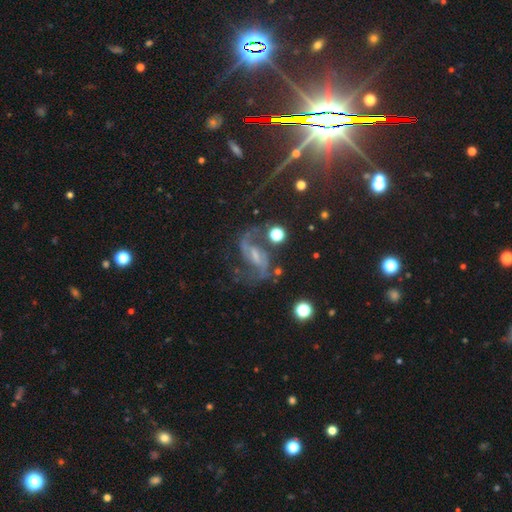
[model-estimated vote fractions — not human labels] A featured or disk galaxy (79%) with a weak bar (44%), 2 (90%) loose (45%) spiral arms (94%) and a small central bulge (52%).

Vote fractions:
- Smooth or featured? featured or disk: 79% / star or artifact: 13% / smooth: 8%
- Edge-on disk? no: 96% / yes: 4%
- Bar? weak: 44% / strong: 36% / no: 20%
- Spiral arms? yes: 94% / no: 6%
- Spiral winding? loose: 45% / medium: 44% / tight: 11%
- Spiral arm count? 2: 90% / can't tell: 4% / 1: 3% / 3: 1% / 4: 1% / more than 4: 1%
- Bulge size? small: 52% / moderate: 29% / none: 14% / large: 4% / dominant: 1%
- Merging? none: 60% / minor disturbance: 17% / major disturbance: 17% / merger: 5%